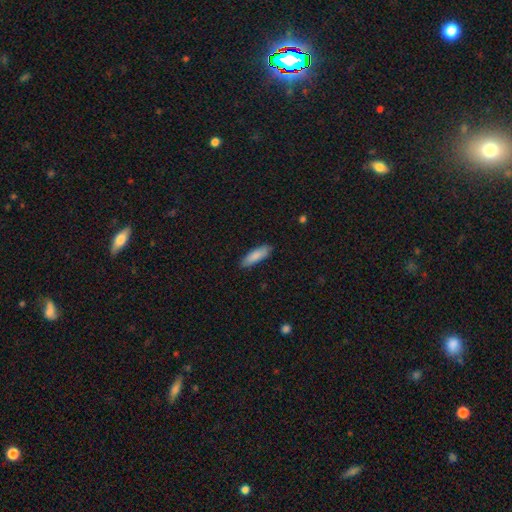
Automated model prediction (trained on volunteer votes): Overall: smooth (87%). How rounded: cigar-shaped (56%; in between 42%). Merging: none (87%).